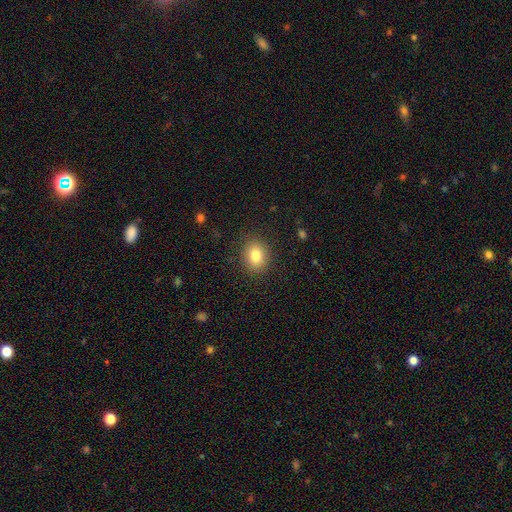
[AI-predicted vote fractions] Smooth or featured? smooth (81%)
How rounded? round (58%)
Merging? none (88%)